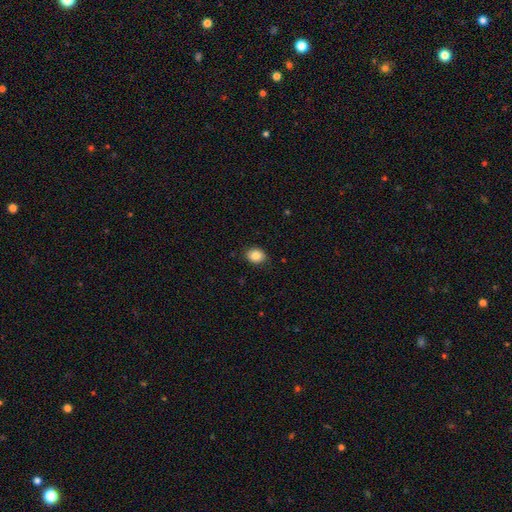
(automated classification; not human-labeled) A smooth galaxy with no disk features (85%) that is round (53%).

Vote fractions:
- Smooth or featured? smooth: 85% / star or artifact: 9% / featured or disk: 6%
- How rounded? round: 53% / in between: 46% / cigar-shaped: 1%
- Merging? none: 86% / minor disturbance: 10% / major disturbance: 2% / merger: 1%